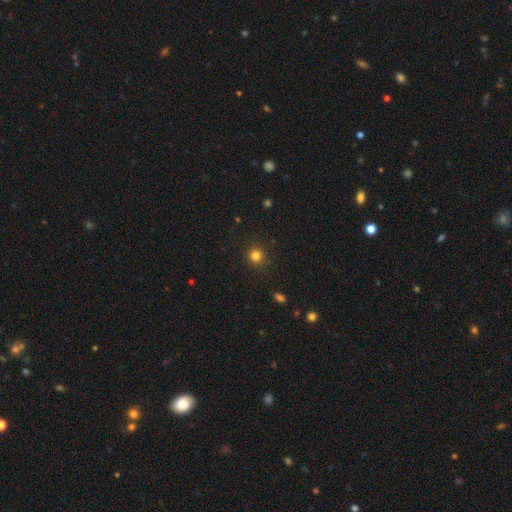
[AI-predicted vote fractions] A smooth galaxy with no disk features (82%) that is round (94%).

Vote fractions:
- Smooth or featured? smooth: 82% / star or artifact: 14% / featured or disk: 4%
- How rounded? round: 94% / in between: 5% / cigar-shaped: 1%
- Merging? none: 91% / minor disturbance: 6% / major disturbance: 2% / merger: 1%